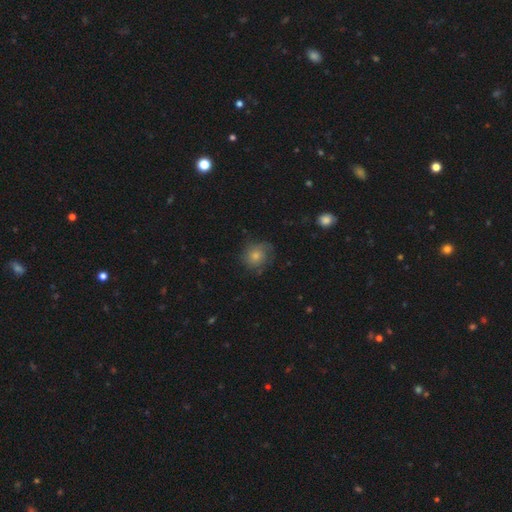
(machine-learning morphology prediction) Q: Smooth or featured?
A: smooth (71%); runner-up: featured or disk (19%)
Q: How rounded?
A: round (81%); runner-up: in between (18%)
Q: Merging?
A: none (65%); runner-up: minor disturbance (24%)